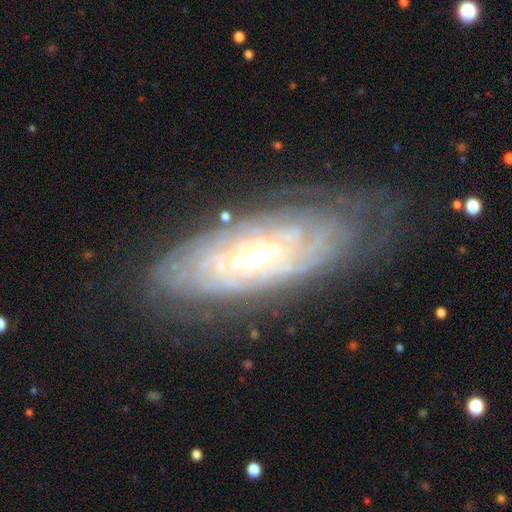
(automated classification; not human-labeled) A featured or disk galaxy (84%) with a weak bar (41%), tight (81%) spiral arms (90%) and a moderate central bulge (62%). Merging: none (73%).